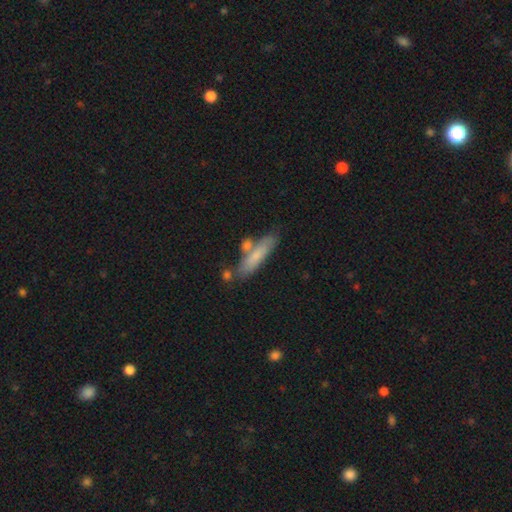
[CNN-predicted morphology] smooth 70%, featured or disk 24%, star or artifact 7%. Down the decision tree: how rounded — cigar-shaped (76%); merging — none (63%).